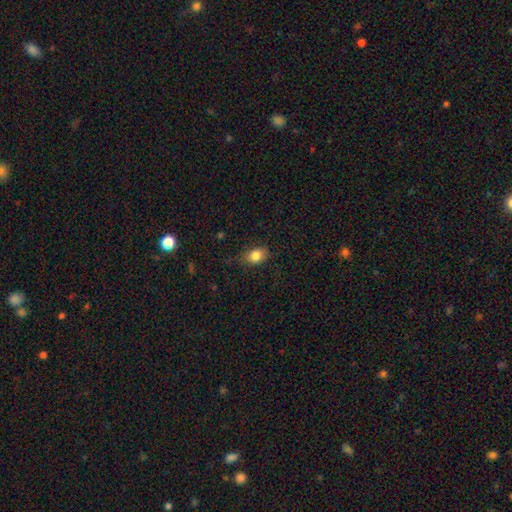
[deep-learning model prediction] This appears to be a smooth galaxy with no disk features (84%) that is in between round and cigar-shaped (72%). Merging: none (75%).